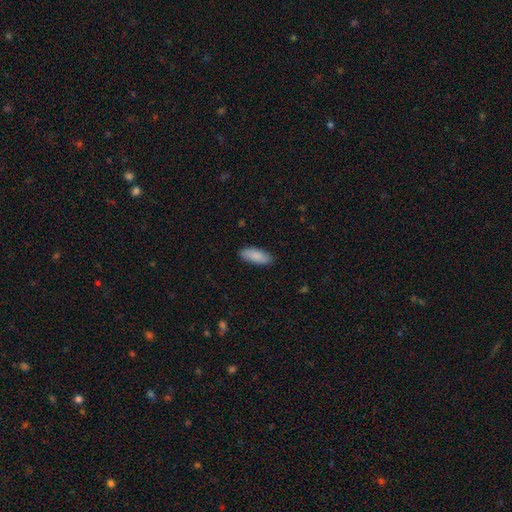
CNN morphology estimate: Smooth or featured?
  - smooth: 88% *
  - featured or disk: 6%
  - star or artifact: 6%
How rounded?
  - in between: 80% *
  - cigar-shaped: 18%
  - round: 2%
Merging?
  - none: 87% *
  - minor disturbance: 10%
  - major disturbance: 2%
  - merger: 1%